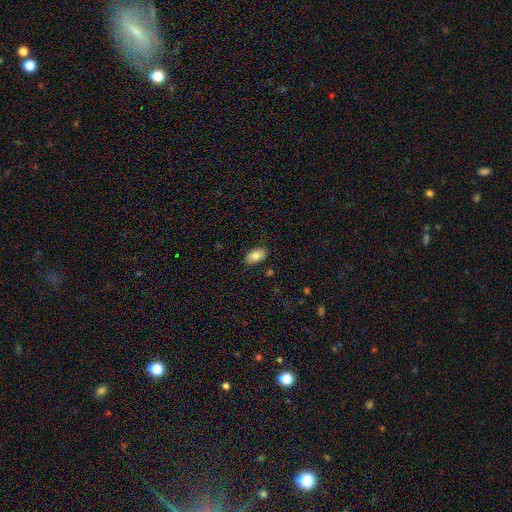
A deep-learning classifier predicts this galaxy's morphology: Overall: smooth (84%). How rounded: in between (94%). Merging: none (85%).